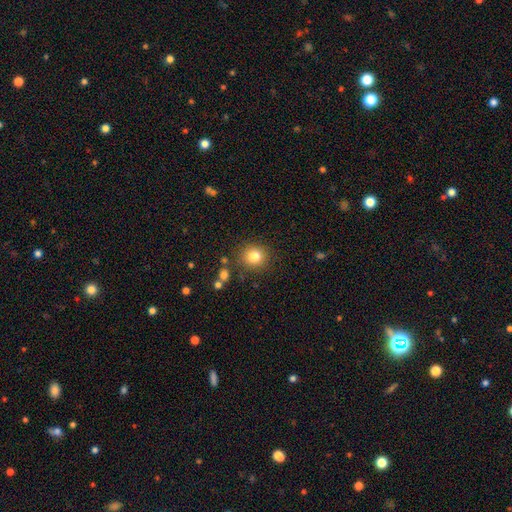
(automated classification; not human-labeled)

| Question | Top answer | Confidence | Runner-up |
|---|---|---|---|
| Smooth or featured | smooth | 82% | star or artifact (11%) |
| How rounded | round | 85% | in between (14%) |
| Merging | none | 84% | minor disturbance (9%) |